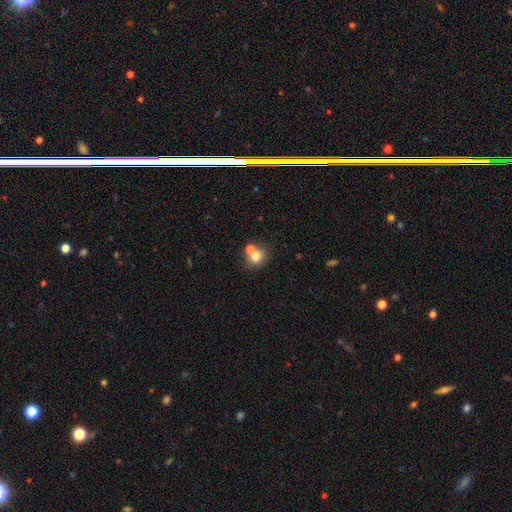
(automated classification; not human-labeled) Smooth or featured?
  - smooth: 72% *
  - featured or disk: 15%
  - star or artifact: 12%
How rounded?
  - round: 77% *
  - in between: 22%
  - cigar-shaped: 1%
Merging?
  - none: 47% *
  - merger: 41%
  - minor disturbance: 8%
  - major disturbance: 3%